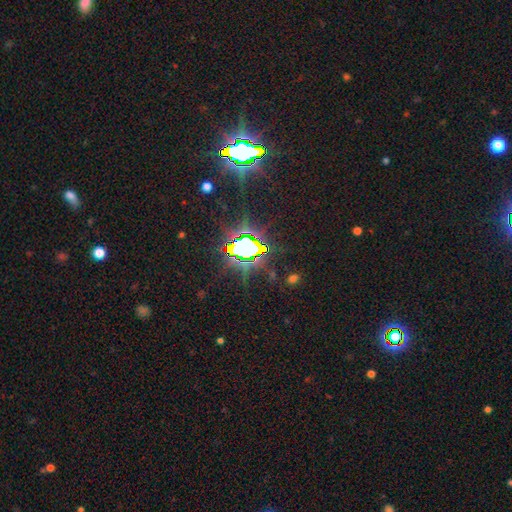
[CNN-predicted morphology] This appears to be a star or artifact, not a galaxy (84%).